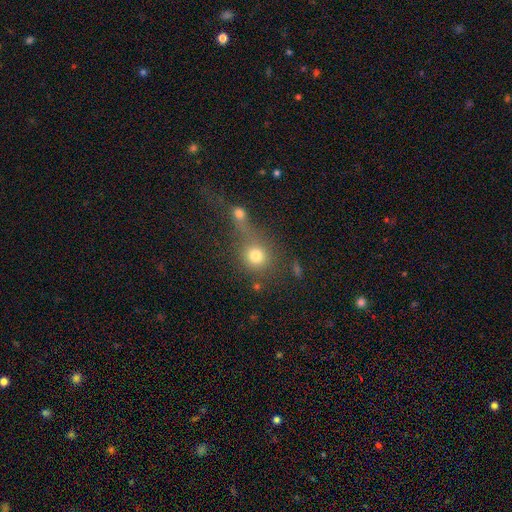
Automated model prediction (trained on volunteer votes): smooth-or-featured: smooth: 75% | star or artifact: 15% | featured or disk: 10%
  how-rounded: round: 87% | in between: 11% | cigar-shaped: 2%
  merging: none: 44% | merger: 39% | minor disturbance: 8% | major disturbance: 8%